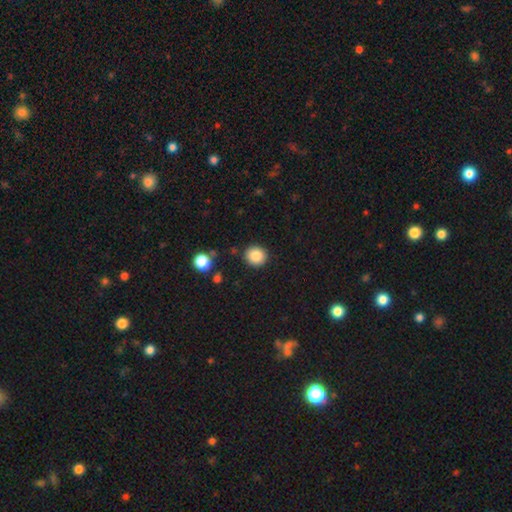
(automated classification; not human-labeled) Smooth or featured?
  - smooth: 86% *
  - star or artifact: 10%
  - featured or disk: 5%
How rounded?
  - round: 88% *
  - in between: 11%
  - cigar-shaped: 1%
Merging?
  - none: 89% *
  - minor disturbance: 7%
  - major disturbance: 2%
  - merger: 2%